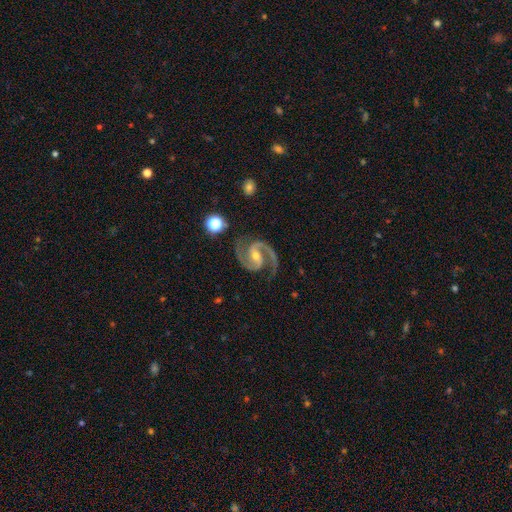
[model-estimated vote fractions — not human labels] A featured or disk galaxy (94%) with a weak bar (39%), 2 (94%) medium (68%) spiral arms (99%) and a moderate central bulge (52%). Merging: none (82%).